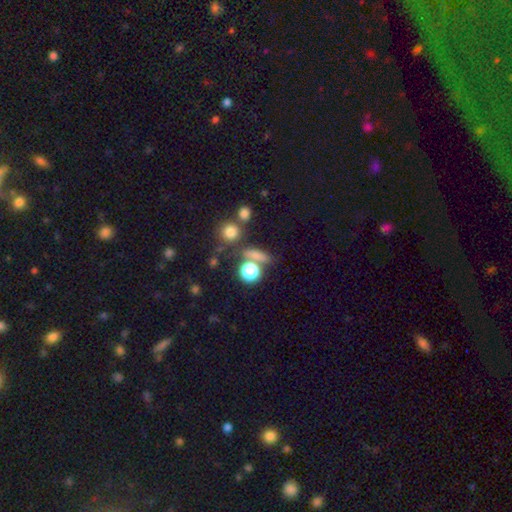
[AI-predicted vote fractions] This appears to be a smooth galaxy with no disk features (66%) that is round (47%). Merging: none (66%).